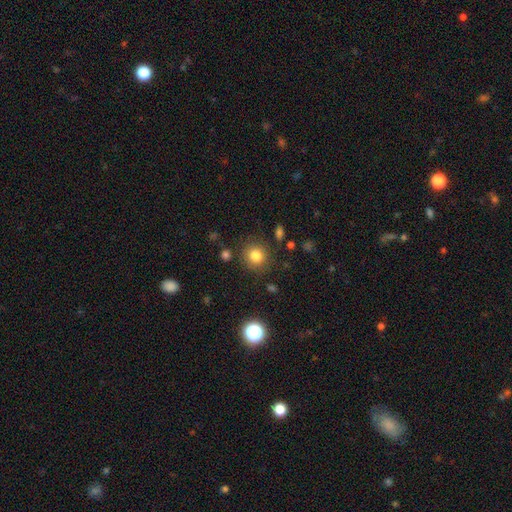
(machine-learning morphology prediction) Q: Smooth or featured?
A: smooth (81%); runner-up: star or artifact (13%)
Q: How rounded?
A: round (90%); runner-up: in between (9%)
Q: Merging?
A: none (85%); runner-up: minor disturbance (9%)